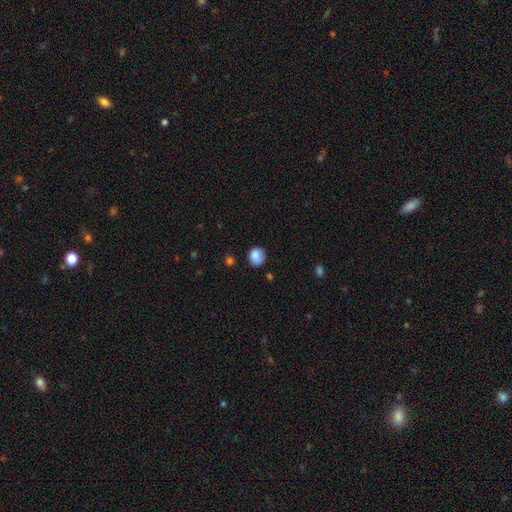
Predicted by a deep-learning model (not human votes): Smooth or featured? Predicted: smooth (p=0.85). How rounded? Predicted: round (p=0.75). Merging? Predicted: none (p=0.70).